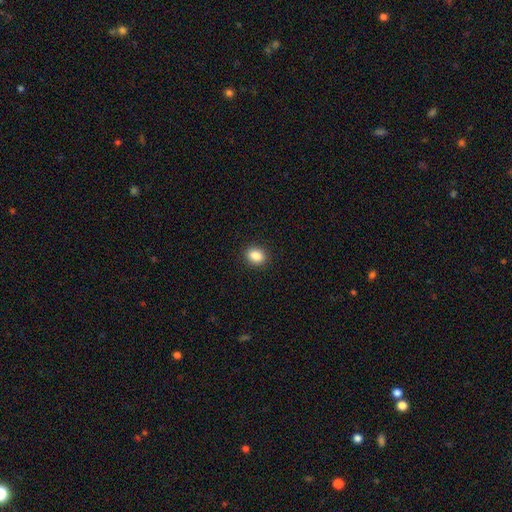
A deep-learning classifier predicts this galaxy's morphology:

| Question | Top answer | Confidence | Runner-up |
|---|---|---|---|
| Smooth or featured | smooth | 87% | star or artifact (9%) |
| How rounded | in between | 53% | round (46%) |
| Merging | none | 91% | minor disturbance (6%) |